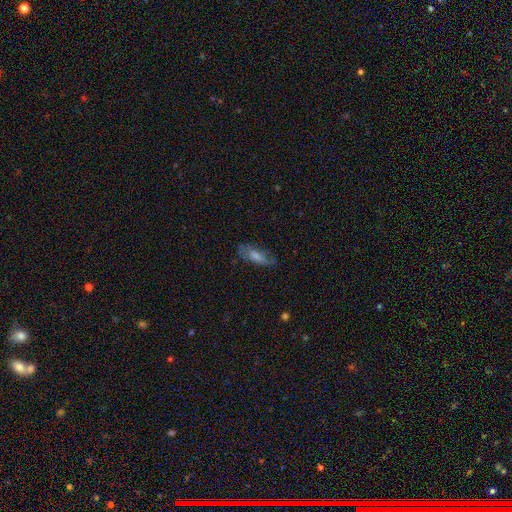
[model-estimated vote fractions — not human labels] smooth_or_featured: smooth (p=0.45) [alt: featured or disk p=0.44]
merging: none (p=0.73) [alt: minor disturbance p=0.19]